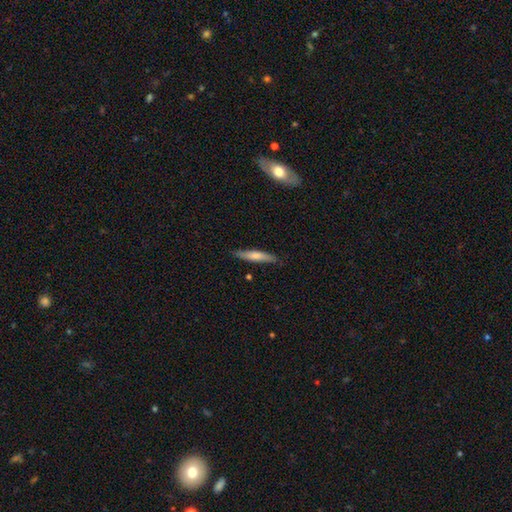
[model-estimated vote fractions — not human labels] This appears to be a smooth galaxy with no disk features (67%) that is cigar-shaped (88%). Merging: none (85%).